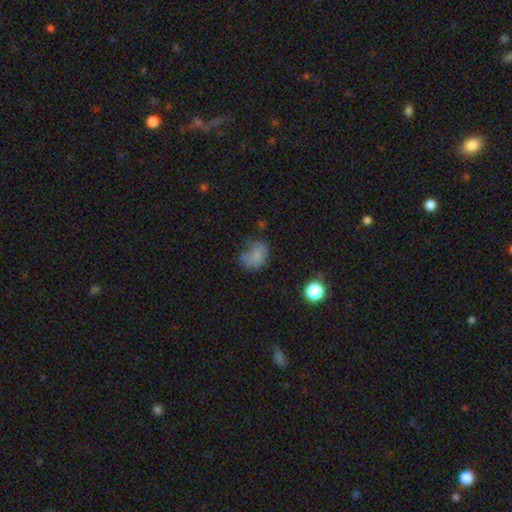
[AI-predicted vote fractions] This appears to be a smooth galaxy with no disk features (70%) that is in between round and cigar-shaped (54%). Merging: none (41%).